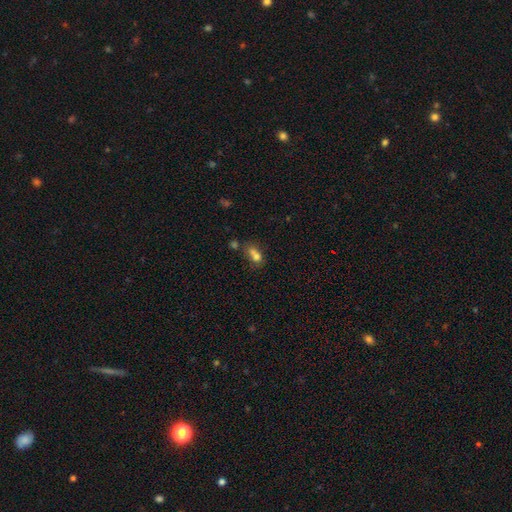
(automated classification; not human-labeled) The model was most divided on "merging": merger: 48%, none: 30%, minor disturbance: 14%, major disturbance: 8%. More confident: smooth or featured — smooth (70%); how rounded — in between (65%).